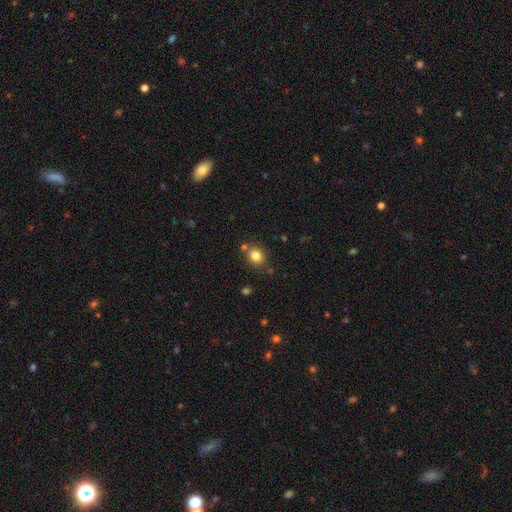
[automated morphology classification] Smooth or featured? Predicted: smooth (p=0.82). How rounded? Predicted: round (p=0.62). Merging? Predicted: none (p=0.75).